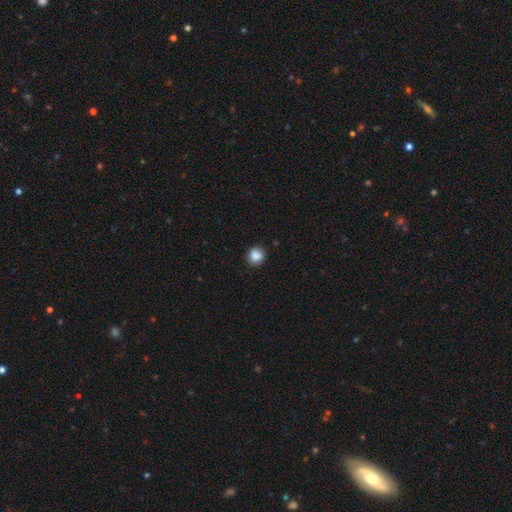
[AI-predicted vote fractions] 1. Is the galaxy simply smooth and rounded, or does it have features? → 84% smooth, 9% star or artifact, 6% featured or disk.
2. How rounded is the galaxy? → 81% round, 18% in between, 1% cigar-shaped.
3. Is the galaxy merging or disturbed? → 80% none, 14% minor disturbance, 3% major disturbance, 2% merger.